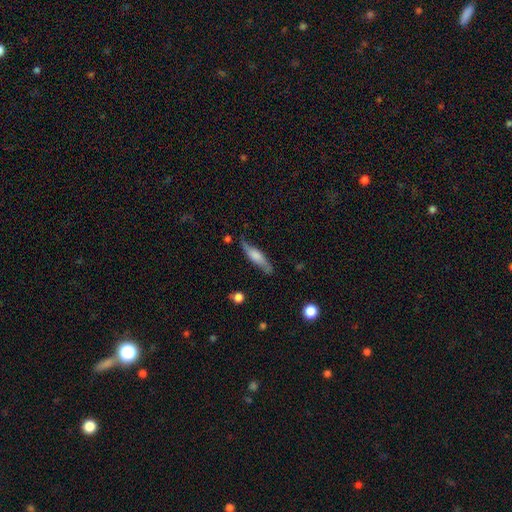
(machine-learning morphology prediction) A featured or disk galaxy (49%).

Vote fractions:
- Smooth or featured? featured or disk: 49% / smooth: 45% / star or artifact: 6%
- Merging? none: 68% / minor disturbance: 23% / major disturbance: 6% / merger: 3%